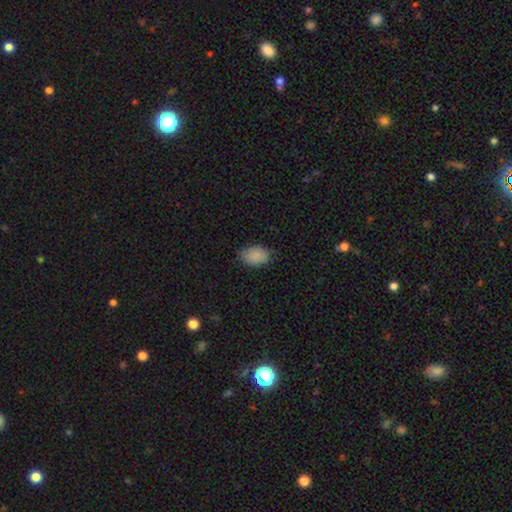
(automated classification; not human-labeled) The model was most divided on "merging": none: 78%, minor disturbance: 18%, major disturbance: 3%, merger: 1%. More confident: smooth or featured — smooth (89%); how rounded — in between (87%).